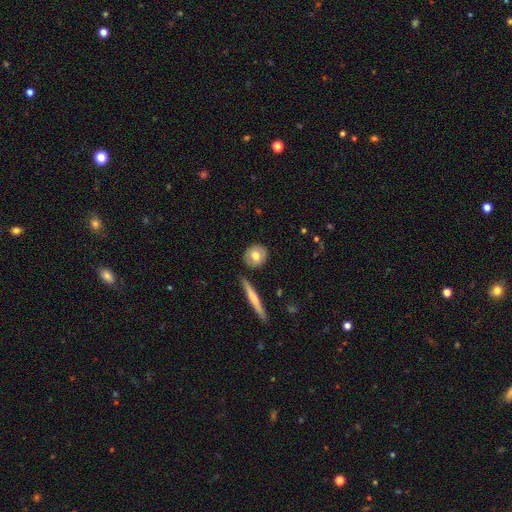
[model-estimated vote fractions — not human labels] Q: Smooth or featured?
A: smooth (70%); runner-up: featured or disk (23%)
Q: How rounded?
A: round (71%); runner-up: in between (25%)
Q: Merging?
A: none (85%); runner-up: minor disturbance (9%)